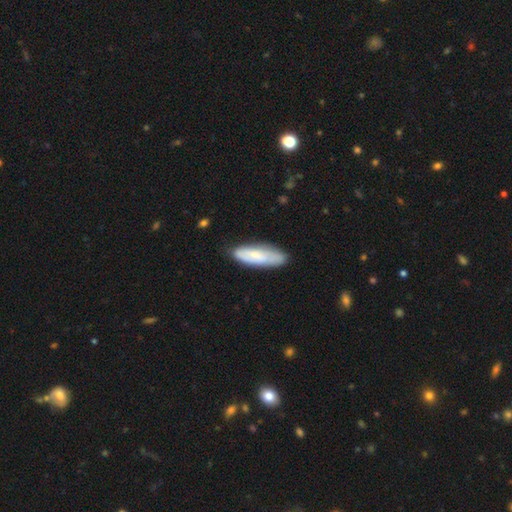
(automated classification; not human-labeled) This appears to be a smooth galaxy with no disk features (66%) that is in between round and cigar-shaped (50%). Merging: none (76%).